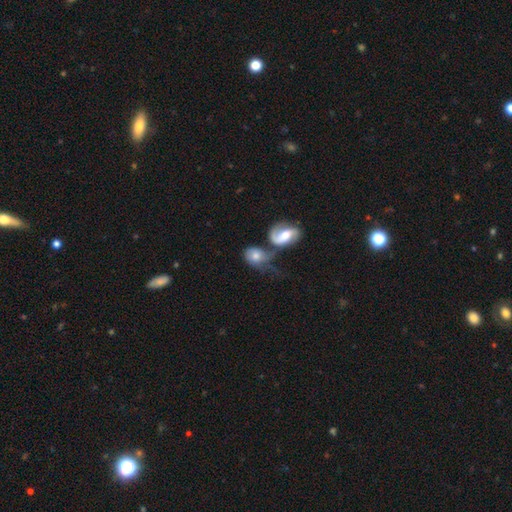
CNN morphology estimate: A smooth galaxy with no disk features (55%) that is in between round and cigar-shaped (62%).

Vote fractions:
- Smooth or featured? smooth: 55% / featured or disk: 38% / star or artifact: 7%
- How rounded? in between: 62% / round: 36% / cigar-shaped: 2%
- Merging? merger: 49% / none: 23% / major disturbance: 15% / minor disturbance: 13%